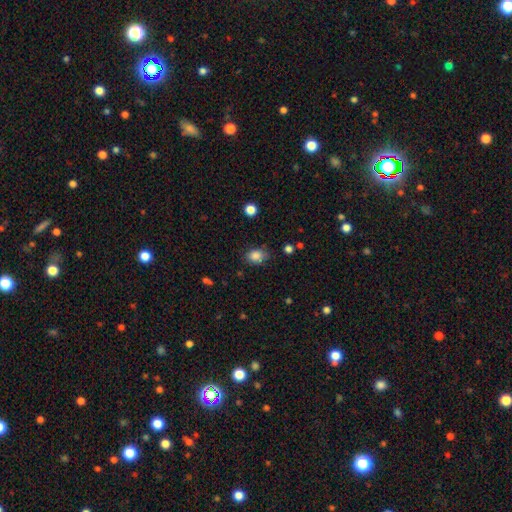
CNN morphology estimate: The model was most divided on "how rounded": in between: 62%, round: 37%, cigar-shaped: 1%. More confident: smooth or featured — smooth (85%); merging — none (71%).